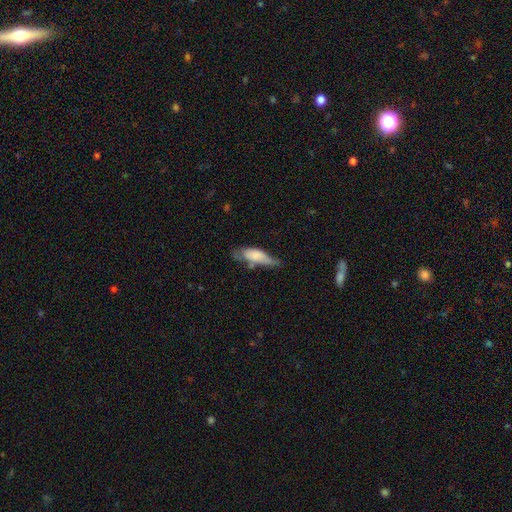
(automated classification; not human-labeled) Smooth or featured: smooth — 69% (featured or disk — 25%)
How rounded: in between — 56% (cigar-shaped — 42%)
Merging: minor disturbance — 36% (tied with none — 36%)